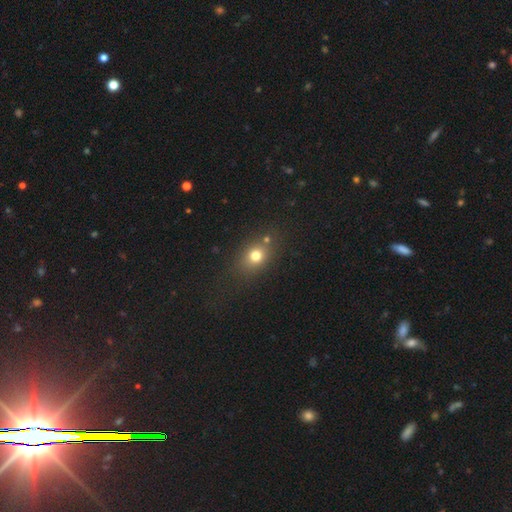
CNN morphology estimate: Smooth or featured?
  - smooth: 75% *
  - star or artifact: 15%
  - featured or disk: 11%
How rounded?
  - round: 50% *
  - in between: 48%
  - cigar-shaped: 2%
Merging?
  - none: 72% *
  - minor disturbance: 13%
  - merger: 9%
  - major disturbance: 6%